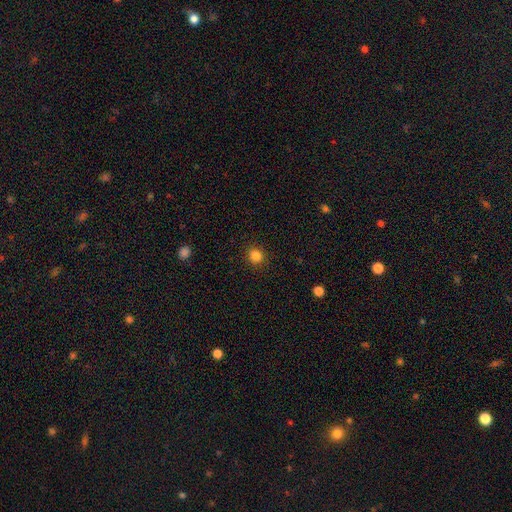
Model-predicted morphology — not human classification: This appears to be a smooth galaxy with no disk features (84%) that is round (86%). Merging: none (91%).